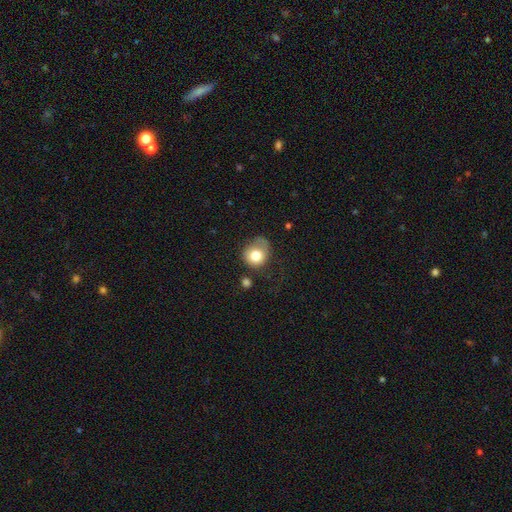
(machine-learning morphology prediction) smooth 77%, featured or disk 15%, star or artifact 9%. Down the decision tree: how rounded — round (76%); merging — none (43%).